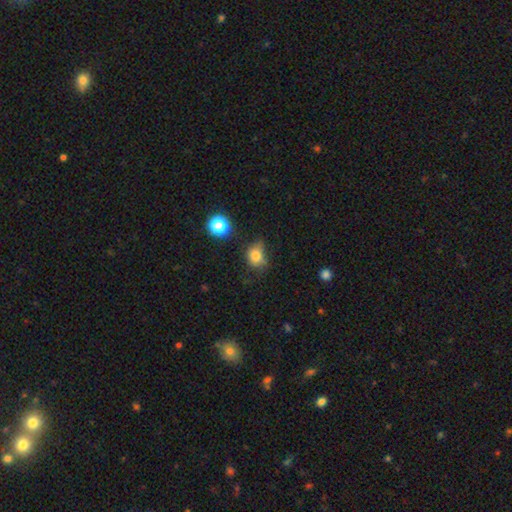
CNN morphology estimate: type=smooth (76%); roundness=round (59%); merging=none (46%).